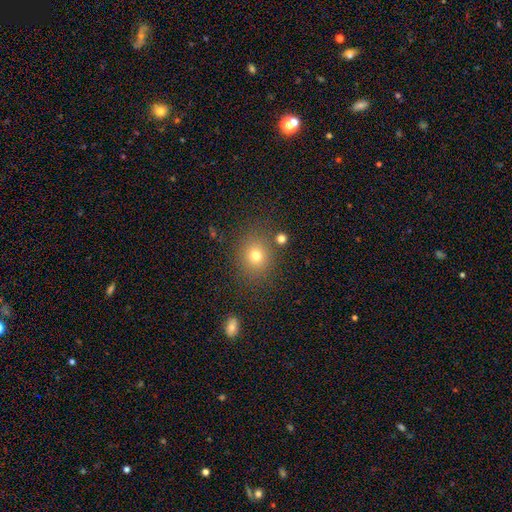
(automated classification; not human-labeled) Morphology: type=smooth (73%); roundness=round (73%); merging=none (81%).